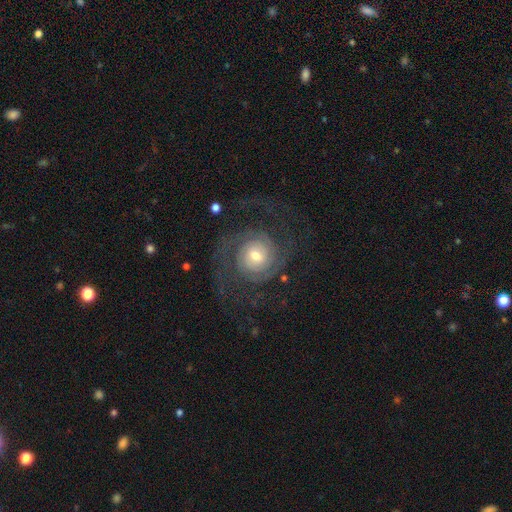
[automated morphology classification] A featured or disk galaxy (86%) with no bar (64%), 2 (67%) tight (52%) spiral arms (97%) and a moderate central bulge (55%).

Vote fractions:
- Smooth or featured? featured or disk: 86% / smooth: 8% / star or artifact: 6%
- Edge-on disk? no: 98% / yes: 2%
- Bar? no: 64% / weak: 28% / strong: 8%
- Spiral arms? yes: 97% / no: 3%
- Spiral winding? tight: 52% / medium: 35% / loose: 14%
- Spiral arm count? 2: 67% / 3: 10% / can't tell: 10% / 1: 5% / 4: 4% / more than 4: 4%
- Bulge size? moderate: 55% / small: 33% / large: 8% / dominant: 2% / none: 1%
- Merging? none: 71% / major disturbance: 16% / minor disturbance: 11% / merger: 1%